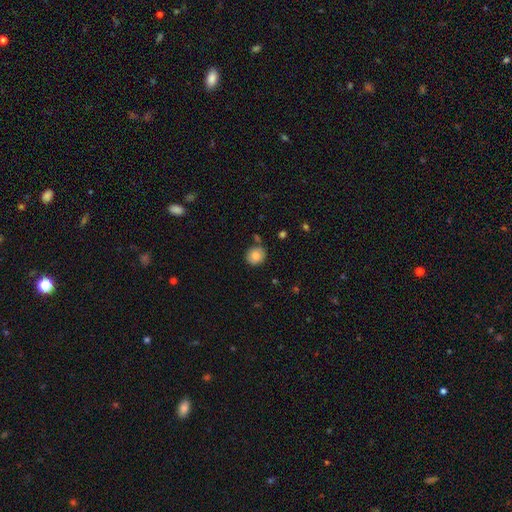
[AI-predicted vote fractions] smooth-or-featured: smooth: 77% | featured or disk: 14% | star or artifact: 9%
  how-rounded: round: 82% | in between: 17% | cigar-shaped: 1%
  merging: none: 82% | minor disturbance: 11% | merger: 5% | major disturbance: 2%